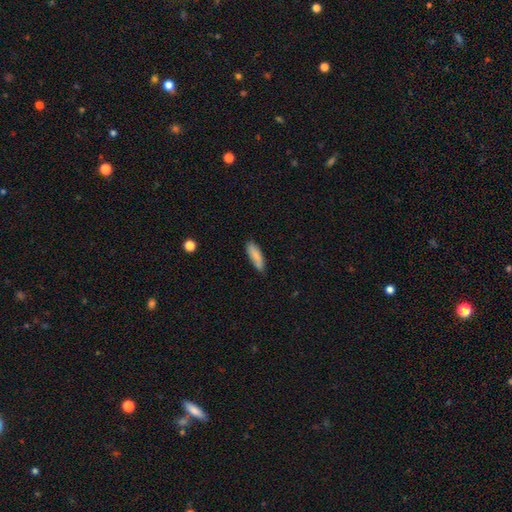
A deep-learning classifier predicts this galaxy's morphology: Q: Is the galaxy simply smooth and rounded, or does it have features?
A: smooth — 83%.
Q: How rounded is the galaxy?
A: in between — 50%.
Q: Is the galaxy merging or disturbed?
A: none — 77%.